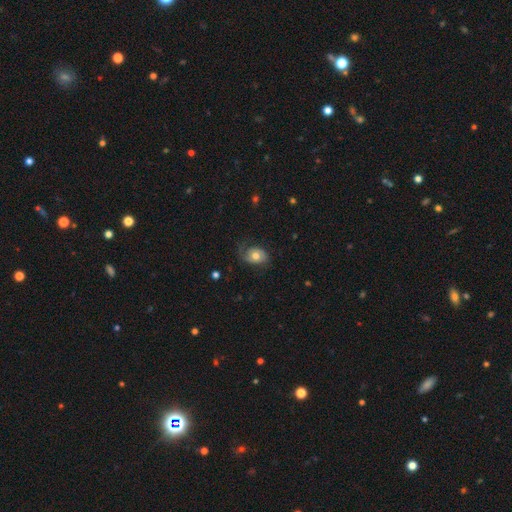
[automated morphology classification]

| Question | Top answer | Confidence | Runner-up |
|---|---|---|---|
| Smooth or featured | smooth | 49% | featured or disk (43%) |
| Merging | none | 52% | minor disturbance (26%) |